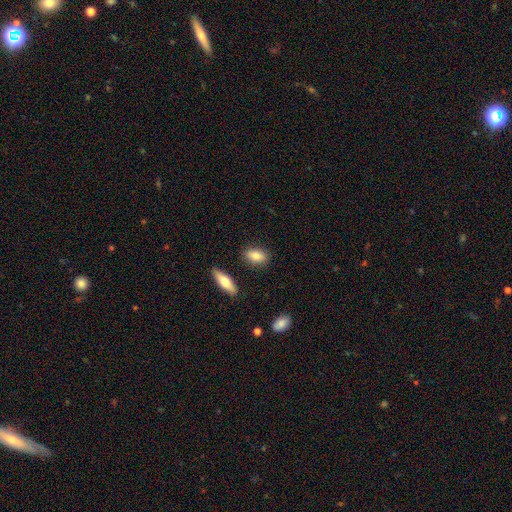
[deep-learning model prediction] The model was most divided on "smooth or featured": smooth: 83%, featured or disk: 11%, star or artifact: 7%. More confident: how rounded — in between (86%); merging — none (84%).